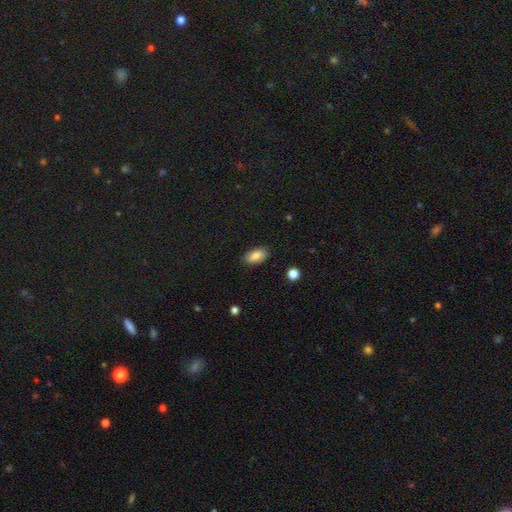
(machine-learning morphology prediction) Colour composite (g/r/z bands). It shows a smooth galaxy with no disk features (84%) that is in between round and cigar-shaped (92%). Merging: none (85%).